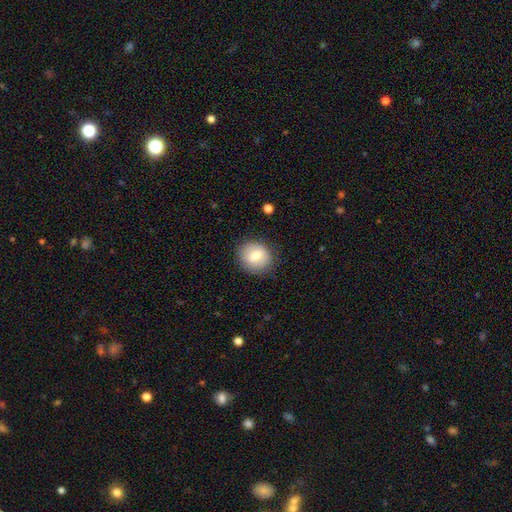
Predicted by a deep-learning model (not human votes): A smooth galaxy with no disk features (73%) that is round (77%).

Vote fractions:
- Smooth or featured? smooth: 73% / featured or disk: 19% / star or artifact: 8%
- How rounded? round: 77% / in between: 22% / cigar-shaped: 1%
- Merging? none: 84% / minor disturbance: 12% / major disturbance: 3% / merger: 1%